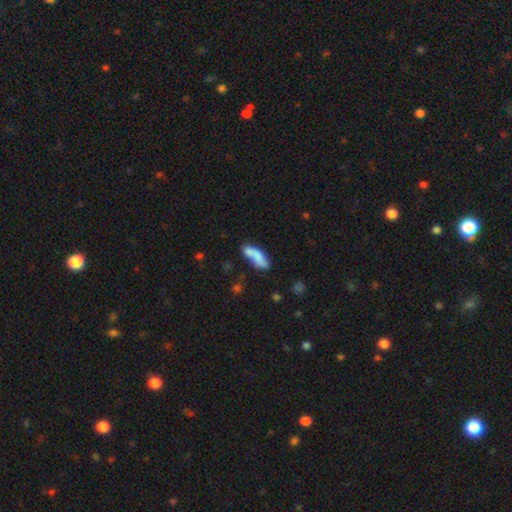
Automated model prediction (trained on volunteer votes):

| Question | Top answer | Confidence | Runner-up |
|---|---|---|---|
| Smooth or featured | smooth | 70% | featured or disk (22%) |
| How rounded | in between | 56% | cigar-shaped (41%) |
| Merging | none | 41% | merger (27%) |